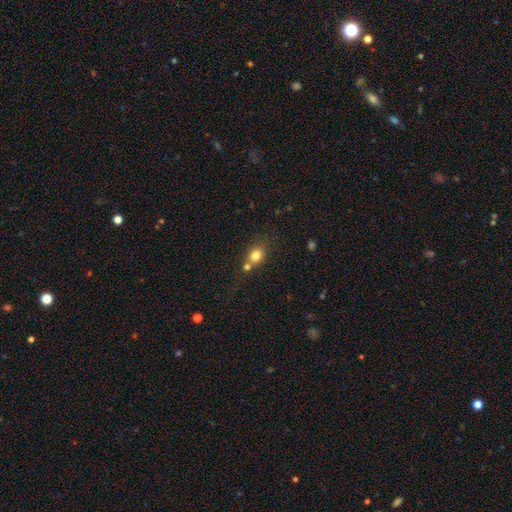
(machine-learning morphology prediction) smooth_or_featured: smooth (p=0.79) [alt: star or artifact p=0.11]
how_rounded: round (p=0.54) [alt: in between p=0.45]
merging: none (p=0.48) [alt: merger p=0.37]